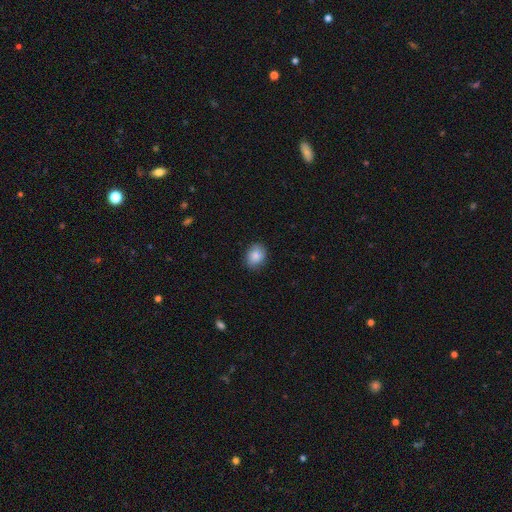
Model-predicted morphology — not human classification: The model was most divided on "how rounded": in between: 54%, round: 45%, cigar-shaped: 1%. More confident: smooth or featured — smooth (86%); merging — none (84%).